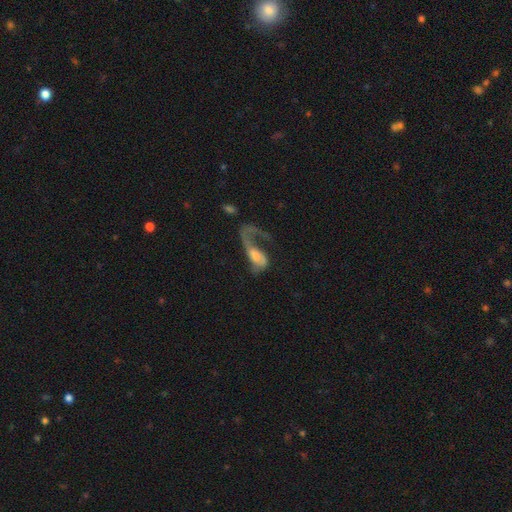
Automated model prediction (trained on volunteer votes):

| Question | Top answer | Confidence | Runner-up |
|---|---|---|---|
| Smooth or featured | featured or disk | 70% | smooth (22%) |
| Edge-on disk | no | 93% | yes (7%) |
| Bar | no | 55% | weak (32%) |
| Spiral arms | yes | 80% | no (20%) |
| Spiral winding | loose | 70% | medium (22%) |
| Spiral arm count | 1 | 70% | 2 (23%) |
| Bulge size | moderate | 43% | small (29%) |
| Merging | major disturbance | 59% | none (23%) |